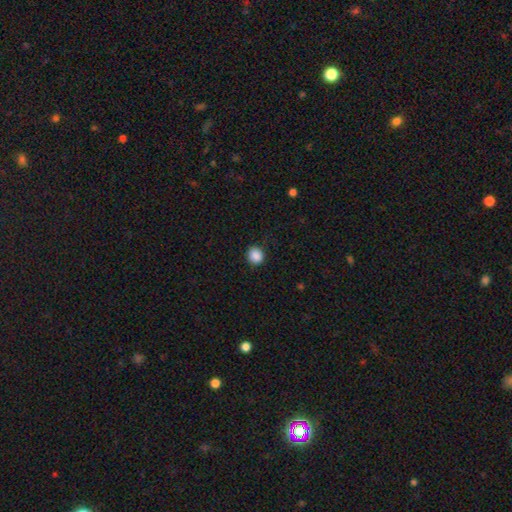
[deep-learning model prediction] A smooth galaxy with no disk features (88%) that is round (84%). Merging: none (88%).